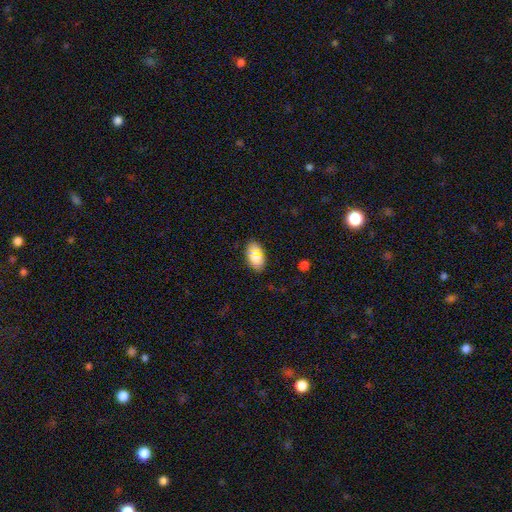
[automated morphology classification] A smooth galaxy with no disk features (73%) that is in between round and cigar-shaped (88%).

Vote fractions:
- Smooth or featured? smooth: 73% / star or artifact: 17% / featured or disk: 9%
- How rounded? in between: 88% / round: 9% / cigar-shaped: 2%
- Merging? none: 86% / minor disturbance: 10% / major disturbance: 3% / merger: 1%